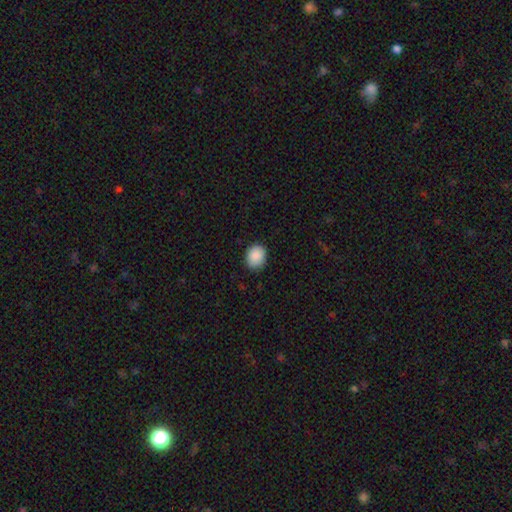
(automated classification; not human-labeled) Smooth or featured? smooth (89%)
How rounded? round (56%)
Merging? none (86%)